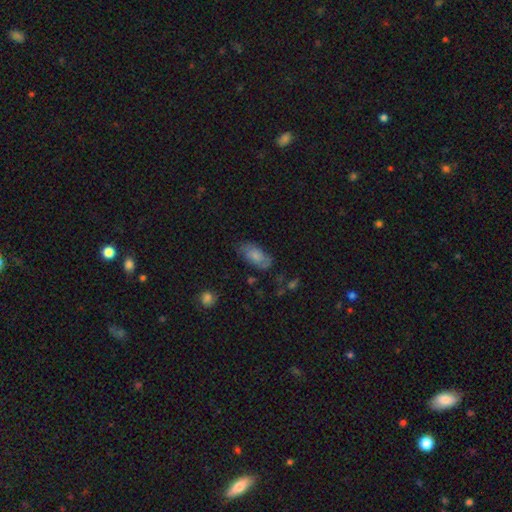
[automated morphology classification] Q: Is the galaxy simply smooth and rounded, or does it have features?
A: smooth — 72%.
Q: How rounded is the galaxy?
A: in between — 91%.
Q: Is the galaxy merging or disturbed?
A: none — 67%.